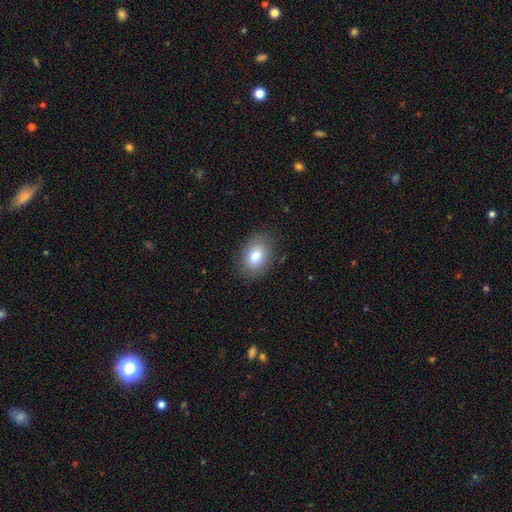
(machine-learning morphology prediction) The model was most divided on "how rounded": in between: 77%, round: 21%, cigar-shaped: 1%. More confident: merging — none (85%); smooth or featured — smooth (79%).